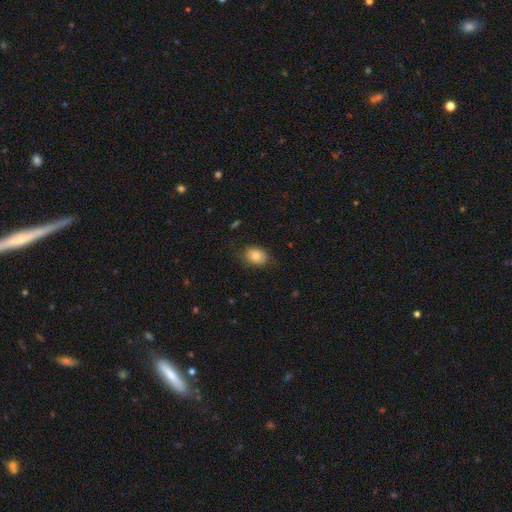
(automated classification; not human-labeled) Smooth or featured? smooth (83%)
How rounded? in between (59%)
Merging? none (77%)